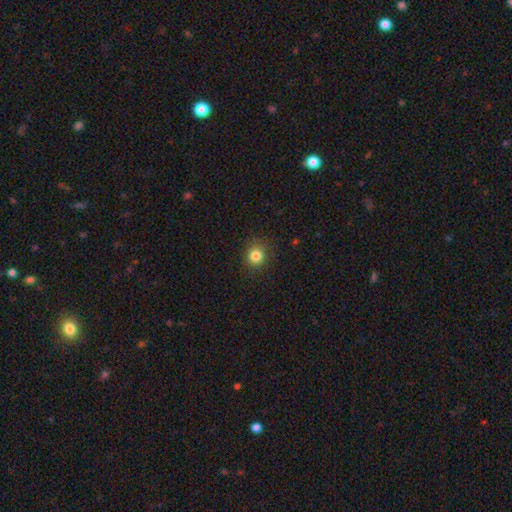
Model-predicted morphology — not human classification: This is clearly a smooth galaxy (83%). How rounded: clearly round (89%). Merging: clearly none (88%).